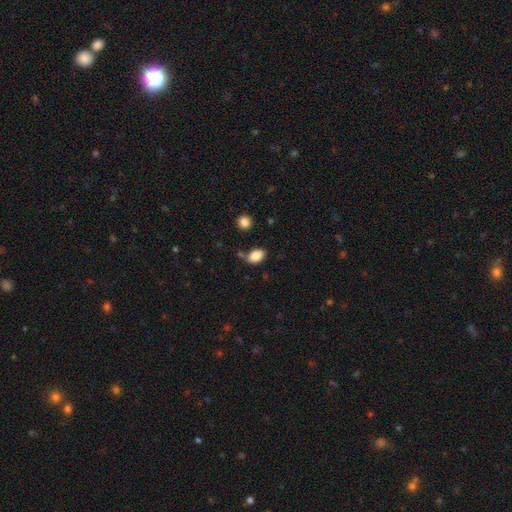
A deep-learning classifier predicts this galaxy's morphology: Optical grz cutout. It shows a smooth galaxy with no disk features (86%) that is in between round and cigar-shaped (84%). Merging: none (71%).